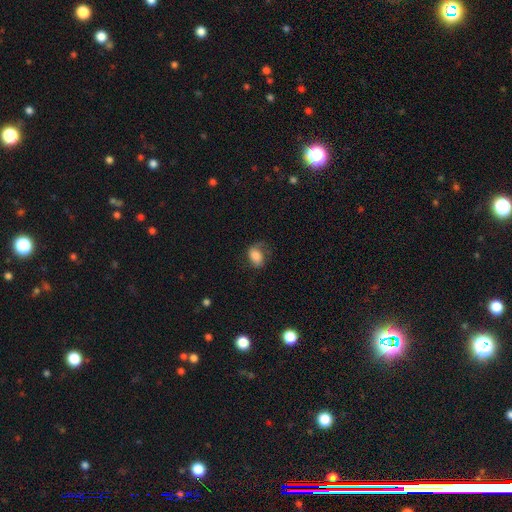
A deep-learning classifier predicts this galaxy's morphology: Smooth or featured: smooth — 71% (featured or disk — 20%)
How rounded: in between — 81% (round — 18%)
Merging: none — 49% (minor disturbance — 28%)